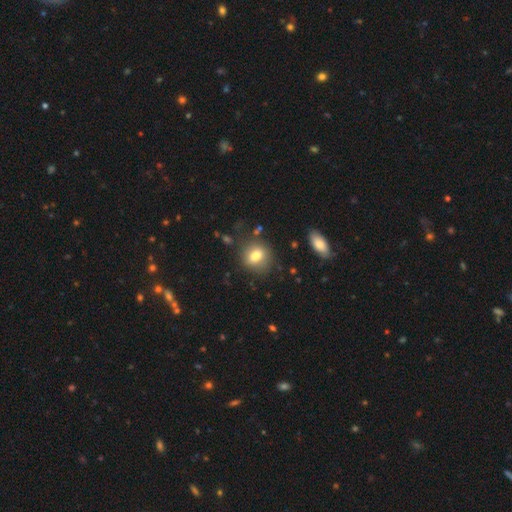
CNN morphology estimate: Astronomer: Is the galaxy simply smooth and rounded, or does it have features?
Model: smooth — 76%.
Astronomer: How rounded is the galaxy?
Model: round — 69%.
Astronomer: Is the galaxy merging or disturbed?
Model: none — 81%.